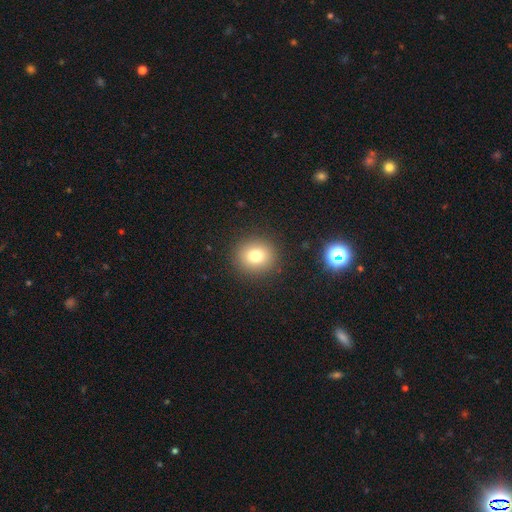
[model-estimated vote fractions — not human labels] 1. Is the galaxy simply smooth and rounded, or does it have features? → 77% smooth, 13% star or artifact, 10% featured or disk.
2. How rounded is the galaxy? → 84% round, 15% in between, 1% cigar-shaped.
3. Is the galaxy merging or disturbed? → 90% none, 6% minor disturbance, 3% major disturbance, 1% merger.